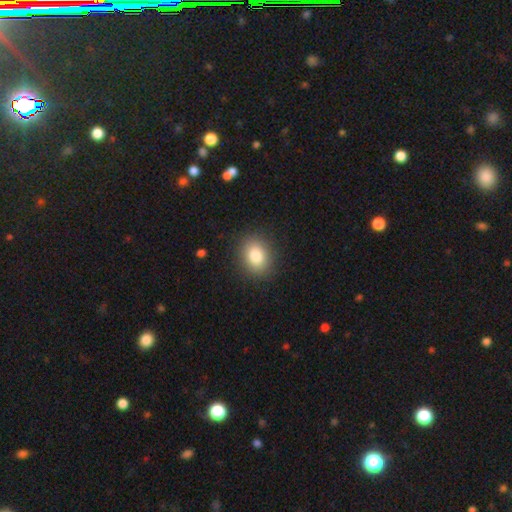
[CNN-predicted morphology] Smooth or featured? Predicted: smooth (p=0.84). How rounded? Predicted: in between (p=0.57). Merging? Predicted: none (p=0.89).